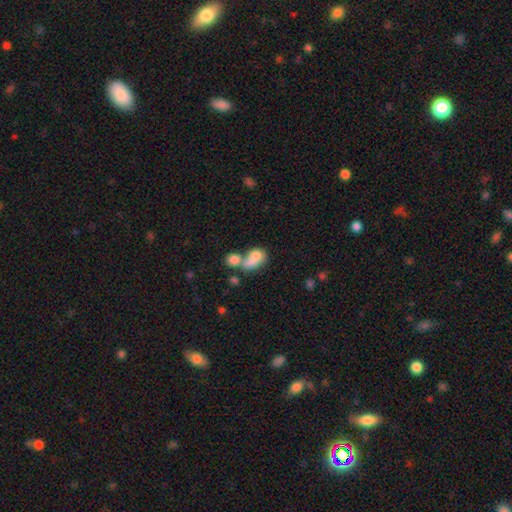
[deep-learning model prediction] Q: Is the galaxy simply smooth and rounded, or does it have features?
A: smooth — 73%.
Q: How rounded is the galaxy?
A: in between — 65%.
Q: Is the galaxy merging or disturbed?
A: merger — 64%.